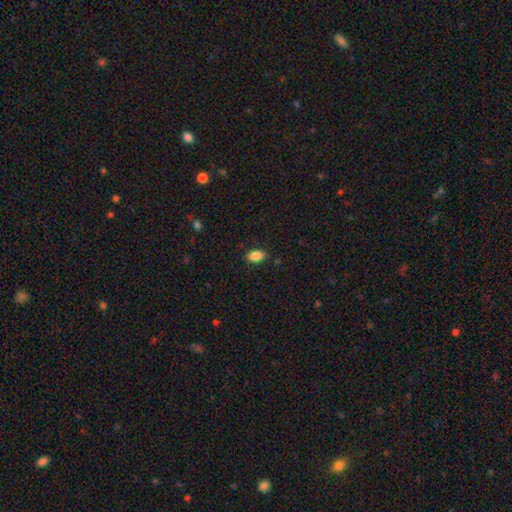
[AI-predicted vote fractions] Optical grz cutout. It shows a smooth galaxy with no disk features (86%) that is in between round and cigar-shaped (89%). Merging: none (86%).